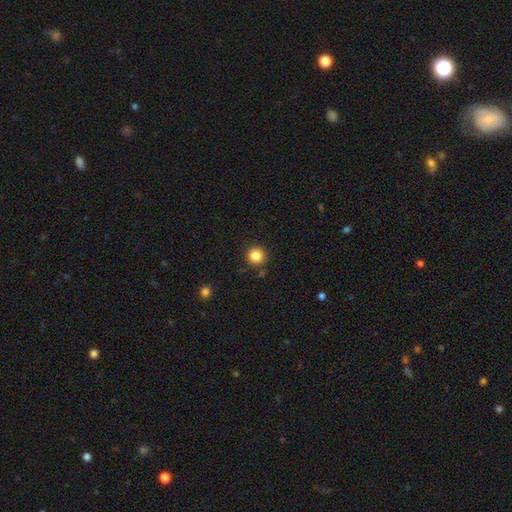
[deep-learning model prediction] Smooth or featured?
  - smooth: 84% *
  - star or artifact: 12%
  - featured or disk: 5%
How rounded?
  - round: 94% *
  - in between: 5%
  - cigar-shaped: 1%
Merging?
  - none: 87% *
  - minor disturbance: 7%
  - merger: 3%
  - major disturbance: 2%